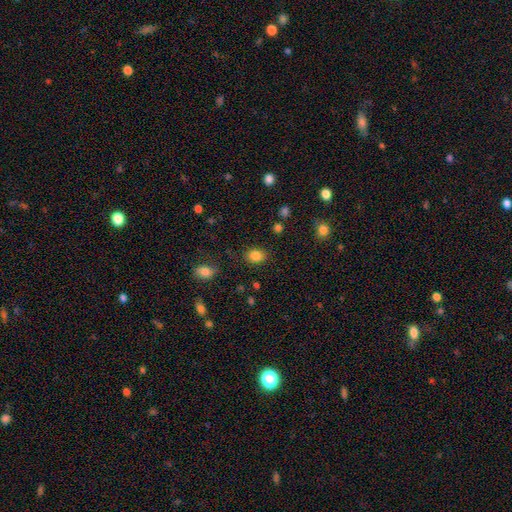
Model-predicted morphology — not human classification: Q: Smooth or featured?
A: smooth (84%); runner-up: star or artifact (10%)
Q: How rounded?
A: in between (56%); runner-up: round (43%)
Q: Merging?
A: none (84%); runner-up: minor disturbance (11%)